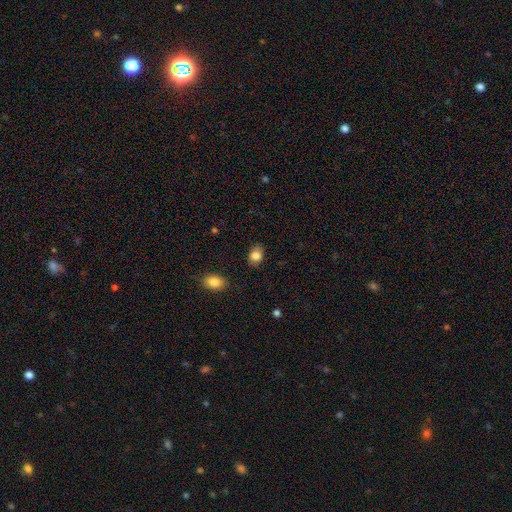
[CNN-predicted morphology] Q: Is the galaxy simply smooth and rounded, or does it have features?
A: smooth — 84%.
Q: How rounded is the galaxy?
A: in between — 69%.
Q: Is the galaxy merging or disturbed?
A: none — 81%.